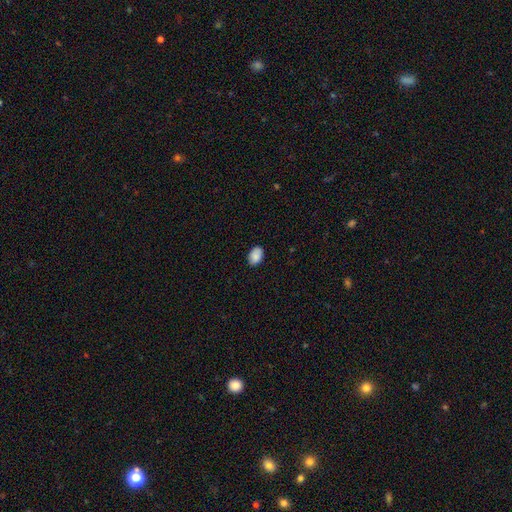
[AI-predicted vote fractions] This is clearly a smooth galaxy (88%). How rounded: clearly in between (85%). Merging: clearly none (87%).